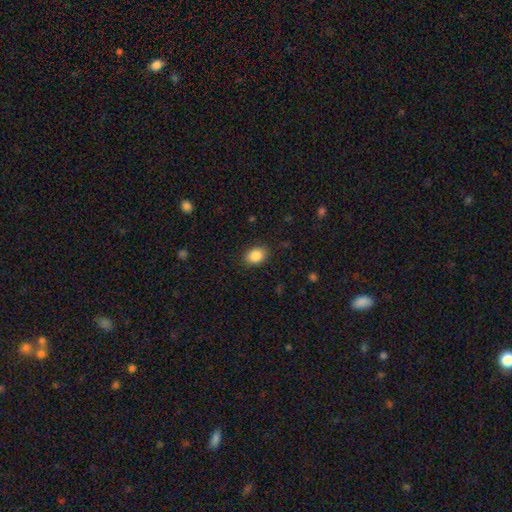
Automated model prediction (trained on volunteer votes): Smooth or featured?
  - smooth: 87% *
  - star or artifact: 8%
  - featured or disk: 5%
How rounded?
  - in between: 73% *
  - round: 26%
  - cigar-shaped: 1%
Merging?
  - none: 88% *
  - minor disturbance: 9%
  - major disturbance: 2%
  - merger: 1%